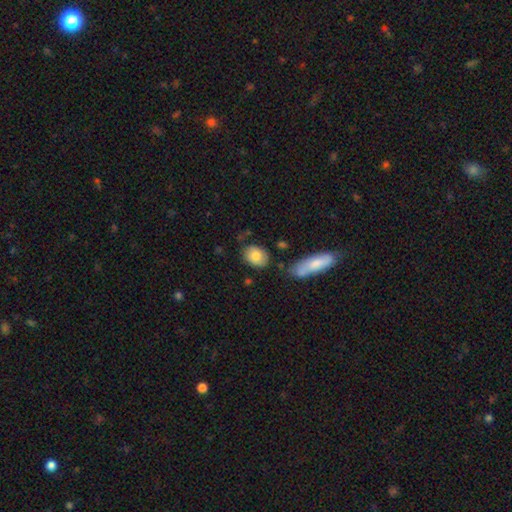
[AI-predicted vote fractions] A smooth galaxy with no disk features (80%) that is in between round and cigar-shaped (64%).

Vote fractions:
- Smooth or featured? smooth: 80% / featured or disk: 13% / star or artifact: 7%
- How rounded? in between: 64% / round: 34% / cigar-shaped: 2%
- Merging? none: 75% / minor disturbance: 16% / merger: 5% / major disturbance: 4%